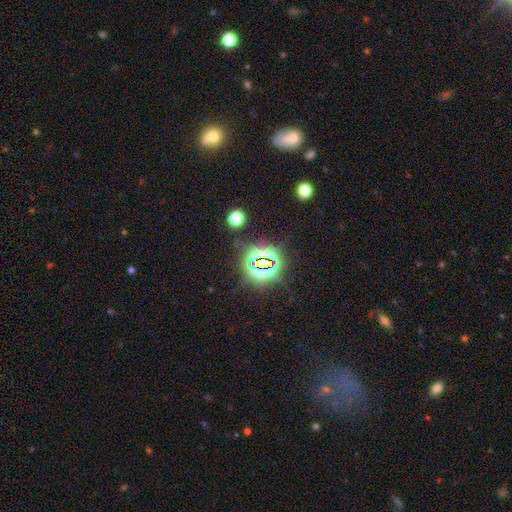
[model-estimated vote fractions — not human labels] This is clearly a star or artifact rather than a galaxy (80%).